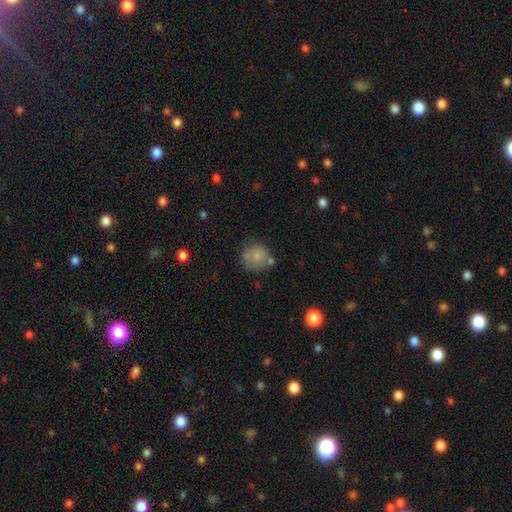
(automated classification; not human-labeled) A smooth galaxy with no disk features (72%) that is round (84%).

Vote fractions:
- Smooth or featured? smooth: 72% / featured or disk: 18% / star or artifact: 10%
- How rounded? round: 84% / in between: 15% / cigar-shaped: 1%
- Merging? none: 58% / minor disturbance: 19% / merger: 14% / major disturbance: 8%